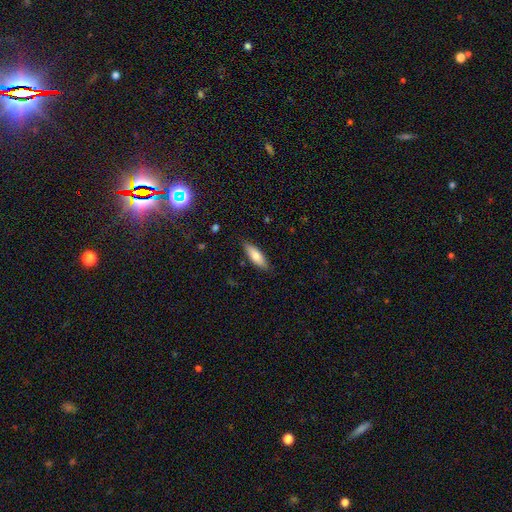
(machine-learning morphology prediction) This is likely a smooth galaxy (77%). How rounded: possibly in between (56%). Merging: clearly none (85%).